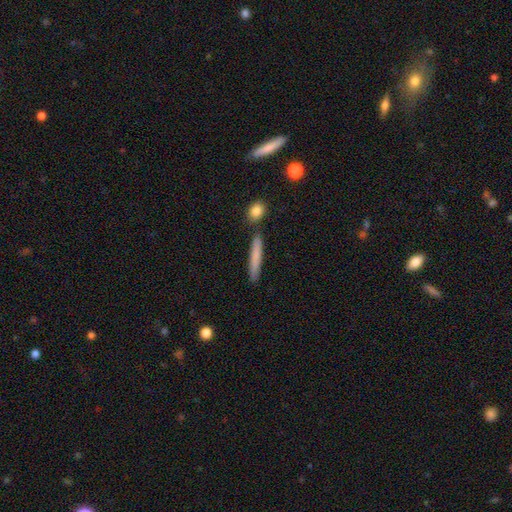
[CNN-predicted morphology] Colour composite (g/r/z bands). It shows a smooth galaxy with no disk features (75%) that is cigar-shaped (94%). Merging: none (81%).